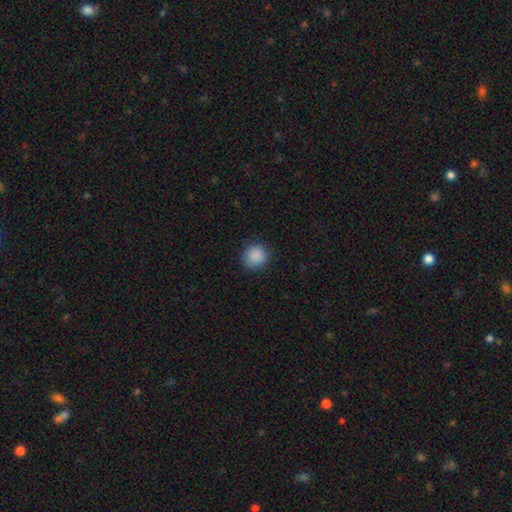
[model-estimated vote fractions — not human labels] smooth_or_featured: smooth (p=0.89) [alt: star or artifact p=0.08]
how_rounded: round (p=0.91) [alt: in between p=0.08]
merging: none (p=0.88) [alt: minor disturbance p=0.08]